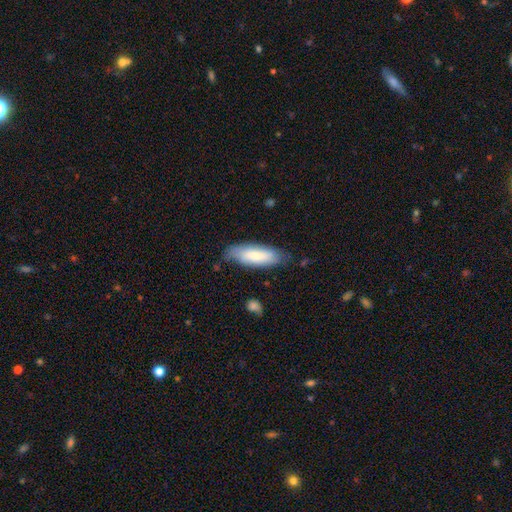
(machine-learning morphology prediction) Smooth or featured? smooth (77%)
How rounded? in between (67%)
Merging? none (73%)